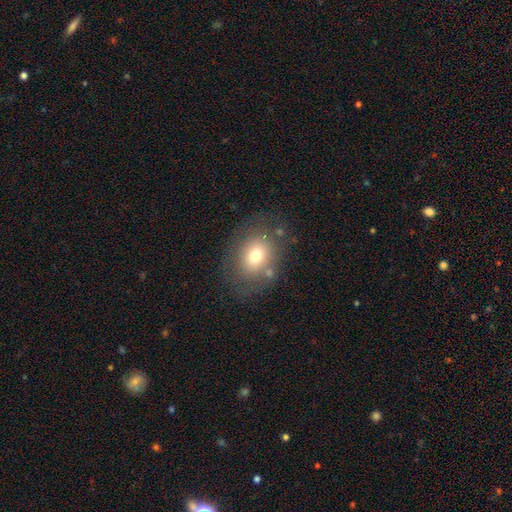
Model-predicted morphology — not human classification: smooth_or_featured: smooth (p=0.70) [alt: featured or disk p=0.18]
how_rounded: in between (p=0.54) [alt: round p=0.45]
merging: none (p=0.72) [alt: minor disturbance p=0.16]